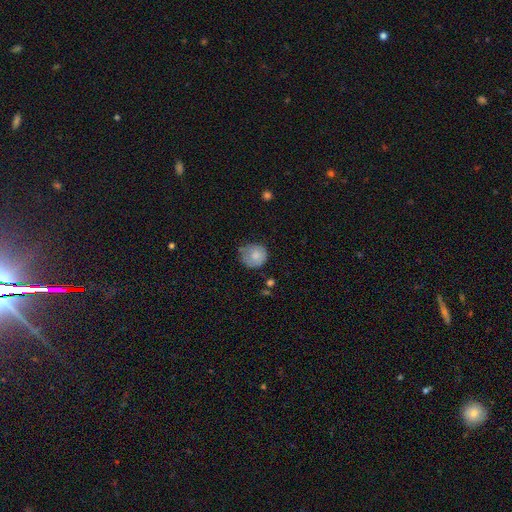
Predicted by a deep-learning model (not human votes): This appears to be a smooth galaxy with no disk features (79%) that is round (85%). Merging: none (52%).